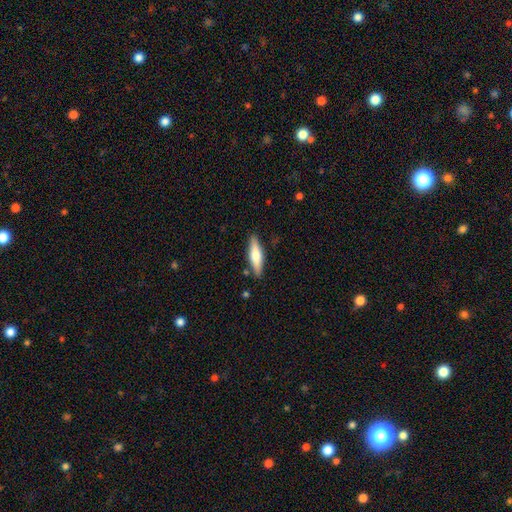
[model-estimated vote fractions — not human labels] The model was most divided on "how rounded": cigar-shaped: 63%, in between: 35%, round: 2%. More confident: merging — none (86%); smooth or featured — smooth (62%).